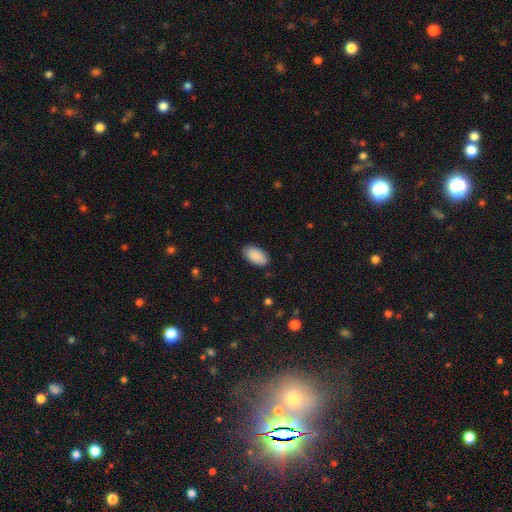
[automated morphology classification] Smooth or featured? smooth (91%)
How rounded? in between (96%)
Merging? none (86%)